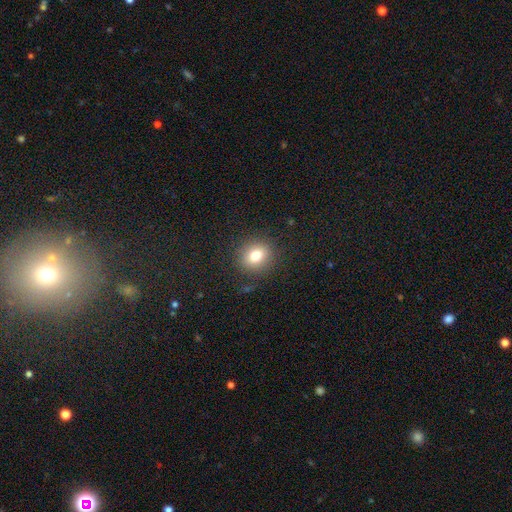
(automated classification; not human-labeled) Smooth or featured? Predicted: smooth (p=0.79). How rounded? Predicted: round (p=0.70). Merging? Predicted: none (p=0.87).